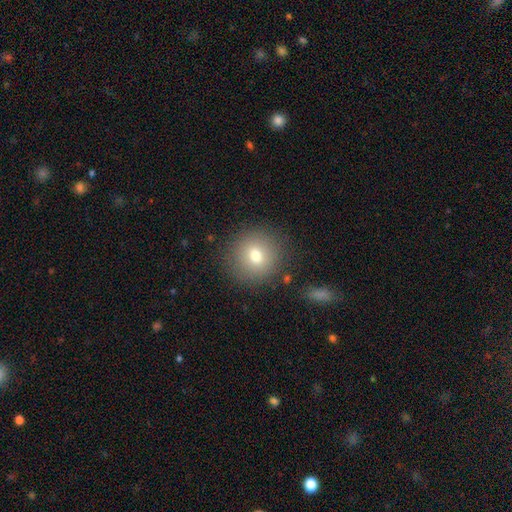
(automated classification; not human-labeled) This is likely a smooth galaxy (74%). How rounded: clearly round (91%). Merging: clearly none (86%).